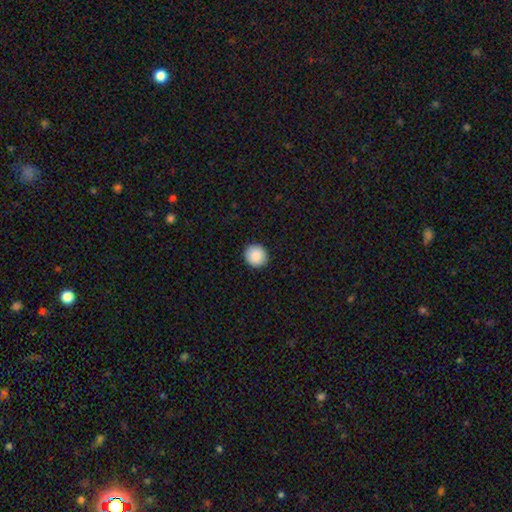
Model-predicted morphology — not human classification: Smooth or featured?
  - smooth: 89% *
  - star or artifact: 8%
  - featured or disk: 3%
How rounded?
  - round: 90% *
  - in between: 9%
  - cigar-shaped: 1%
Merging?
  - none: 92% *
  - minor disturbance: 5%
  - major disturbance: 2%
  - merger: 1%